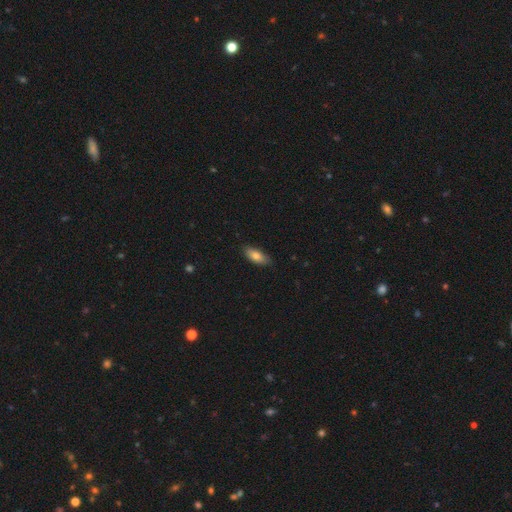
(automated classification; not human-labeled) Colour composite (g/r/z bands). It shows a smooth galaxy with no disk features (79%) that is in between round and cigar-shaped (81%). Merging: none (84%).